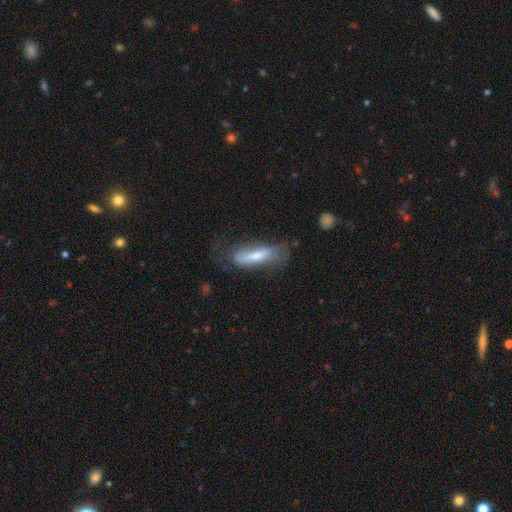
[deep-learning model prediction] Morphology: type=smooth (58%); roundness=cigar-shaped (65%); merging=none (49%).